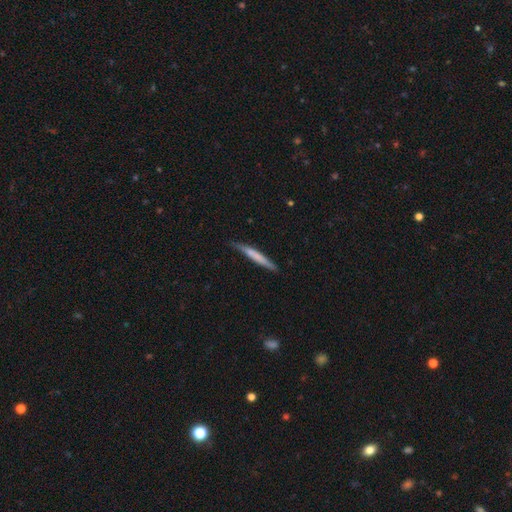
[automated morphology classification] smooth_or_featured: smooth (p=0.59) [alt: featured or disk p=0.36]
how_rounded: cigar-shaped (p=0.96) [alt: in between p=0.03]
merging: none (p=0.81) [alt: minor disturbance p=0.15]